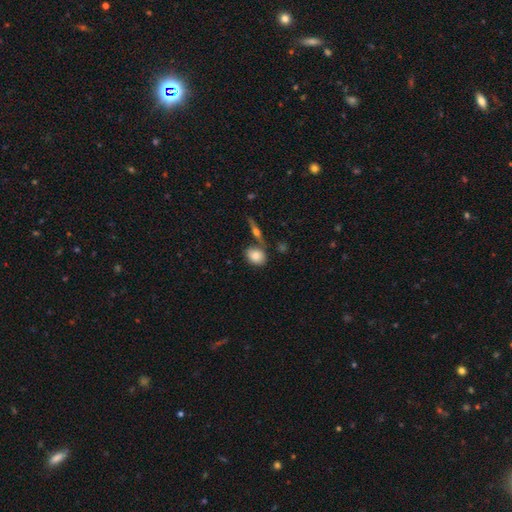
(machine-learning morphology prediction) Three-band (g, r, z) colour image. It shows a smooth galaxy with no disk features (80%) that is in between round and cigar-shaped (62%). Merging: none (65%).